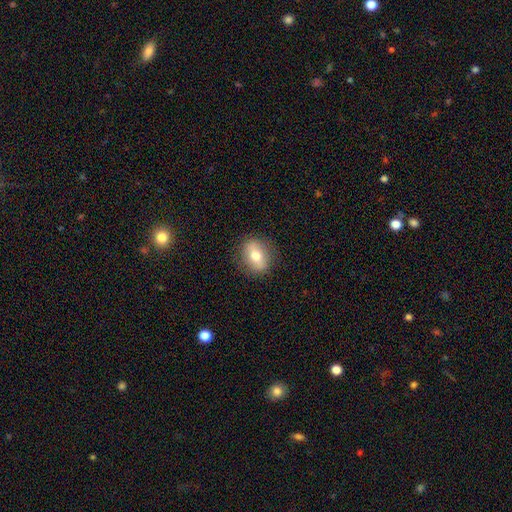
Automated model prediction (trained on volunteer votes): A smooth galaxy with no disk features (63%) that is in between round and cigar-shaped (62%).

Vote fractions:
- Smooth or featured? smooth: 63% / featured or disk: 29% / star or artifact: 8%
- How rounded? in between: 62% / round: 35% / cigar-shaped: 3%
- Merging? none: 85% / minor disturbance: 10% / major disturbance: 3% / merger: 1%